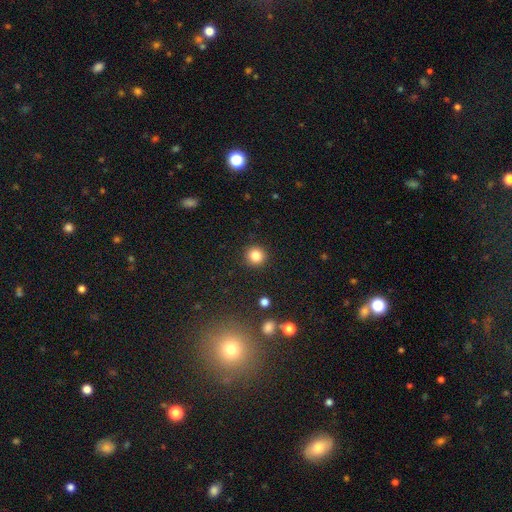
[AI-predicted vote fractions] Overall: smooth (83%). How rounded: round (94%). Merging: none (92%).